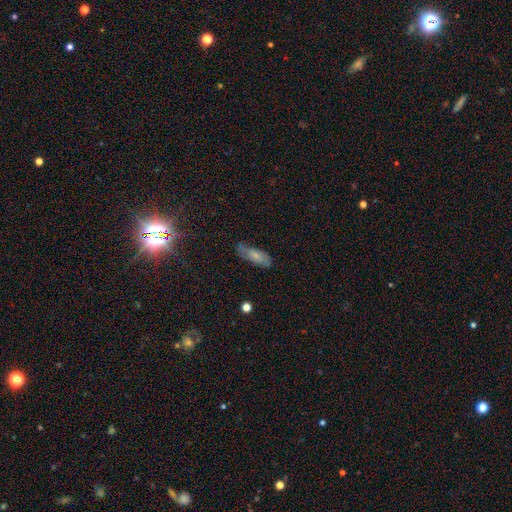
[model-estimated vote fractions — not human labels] Smooth or featured?
  - smooth: 58% *
  - featured or disk: 33%
  - star or artifact: 9%
How rounded?
  - in between: 67% *
  - cigar-shaped: 31%
  - round: 2%
Merging?
  - none: 59% *
  - minor disturbance: 29%
  - major disturbance: 9%
  - merger: 2%